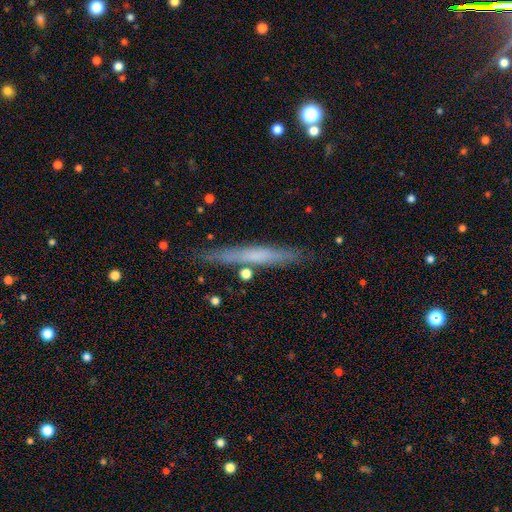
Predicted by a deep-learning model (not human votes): Smooth or featured?
  - smooth: 52% *
  - featured or disk: 42%
  - star or artifact: 7%
How rounded?
  - cigar-shaped: 95% *
  - in between: 3%
  - round: 1%
Merging?
  - none: 85% *
  - minor disturbance: 10%
  - merger: 3%
  - major disturbance: 2%